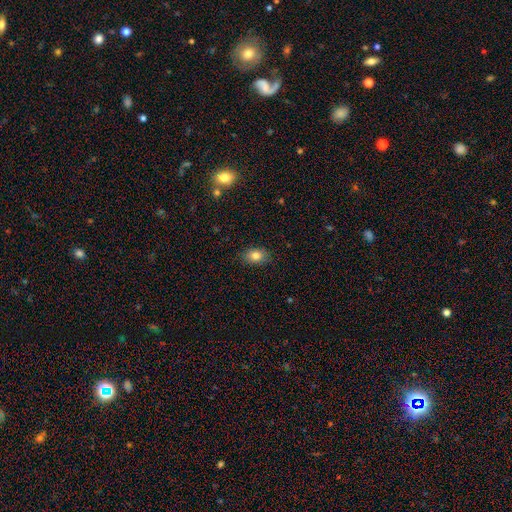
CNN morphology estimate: This is clearly a smooth galaxy (82%). How rounded: likely in between (76%). Merging: clearly none (86%).